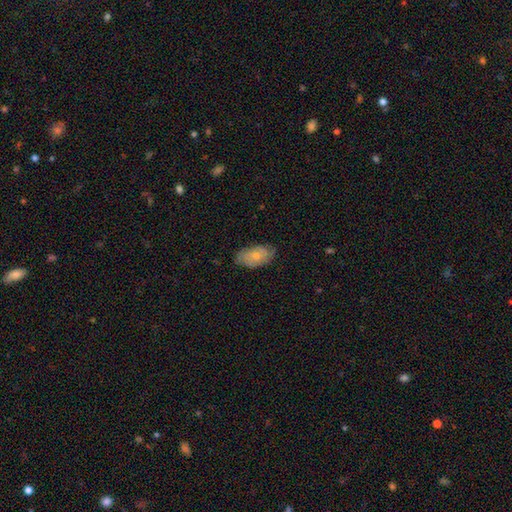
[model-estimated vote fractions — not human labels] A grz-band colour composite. It shows a smooth galaxy with no disk features (61%) that is in between round and cigar-shaped (93%). Merging: none (73%).